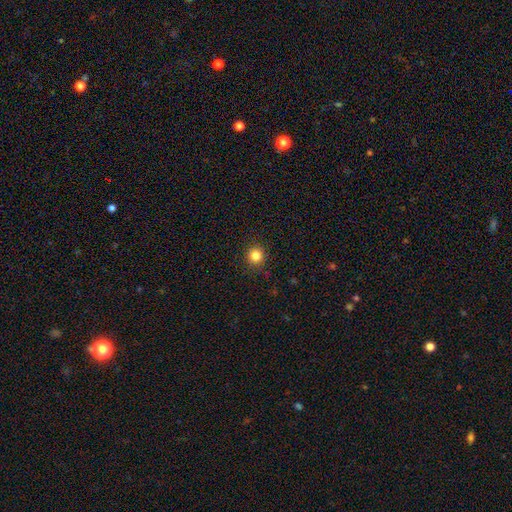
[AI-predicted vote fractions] smooth 84%, star or artifact 12%, featured or disk 4%. Down the decision tree: how rounded — round (94%); merging — none (91%).